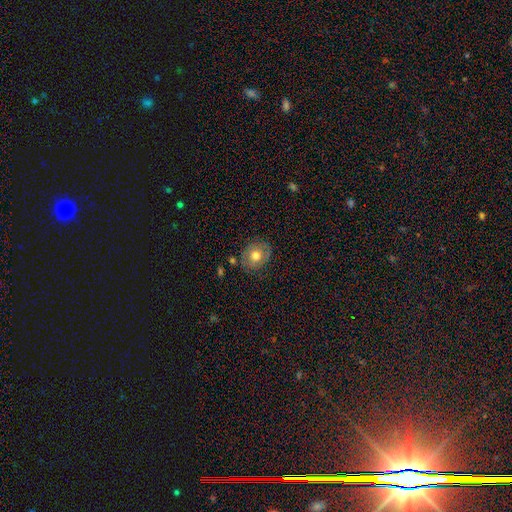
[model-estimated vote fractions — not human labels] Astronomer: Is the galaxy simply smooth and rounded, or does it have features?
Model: smooth — 65%.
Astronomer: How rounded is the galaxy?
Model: round — 61% (runner-up: in between, 38%).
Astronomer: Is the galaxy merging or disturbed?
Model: none — 80%.